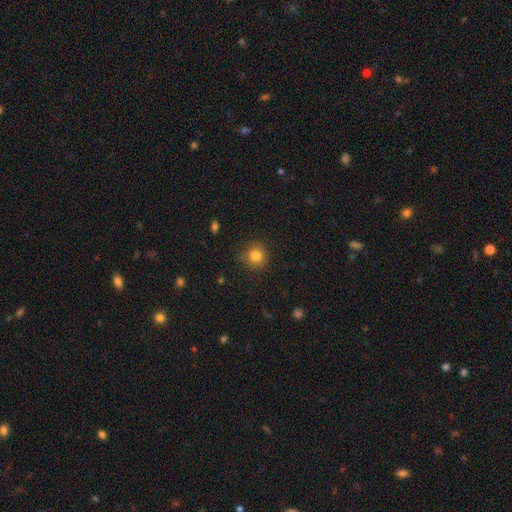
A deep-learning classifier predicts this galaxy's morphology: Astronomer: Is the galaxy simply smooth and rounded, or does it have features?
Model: smooth — 83%.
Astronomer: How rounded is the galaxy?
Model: round — 91%.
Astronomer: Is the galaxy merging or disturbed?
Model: none — 83%.